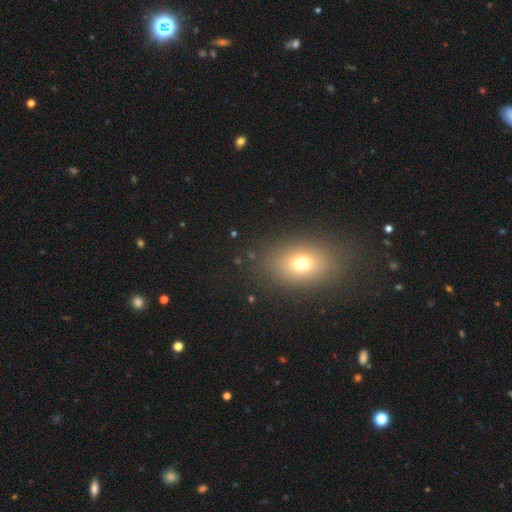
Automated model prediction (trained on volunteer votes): This is likely a smooth galaxy (65%). How rounded: likely in between (78%). Merging: clearly none (88%).